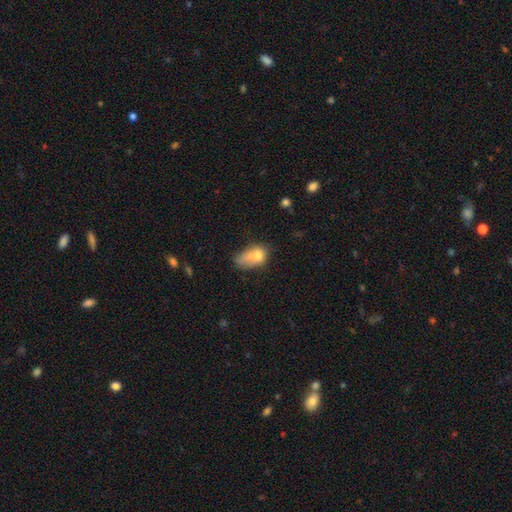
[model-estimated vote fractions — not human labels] Smooth or featured: smooth — 67% (featured or disk — 22%)
How rounded: in between — 76% (round — 22%)
Merging: merger — 51% (none — 20%)